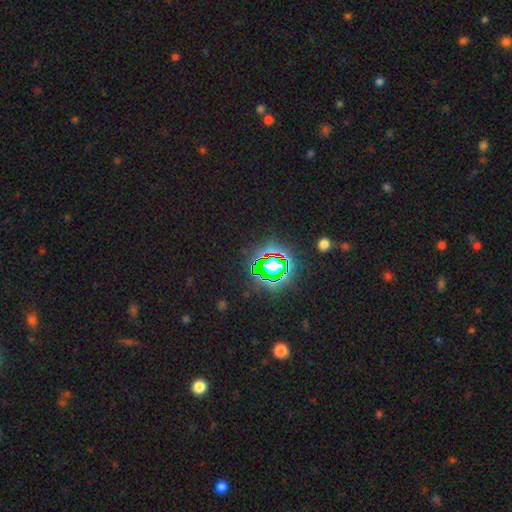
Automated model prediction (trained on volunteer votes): Smooth or featured: star or artifact — 81% (smooth — 12%)